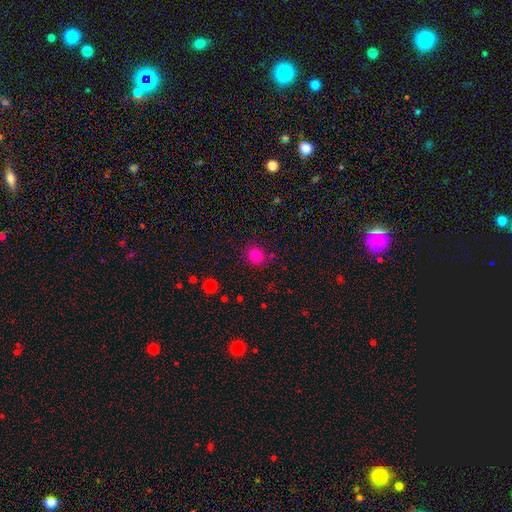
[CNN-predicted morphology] Overall: smooth (82%). How rounded: round (84%). Merging: none (84%).